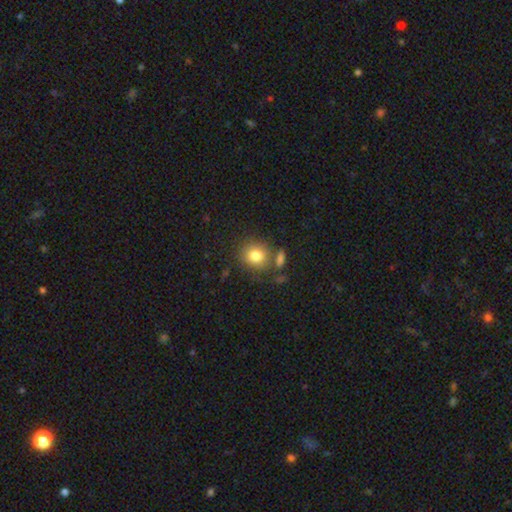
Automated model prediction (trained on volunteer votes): Overall: smooth (81%). How rounded: round (77%). Merging: none (71%).